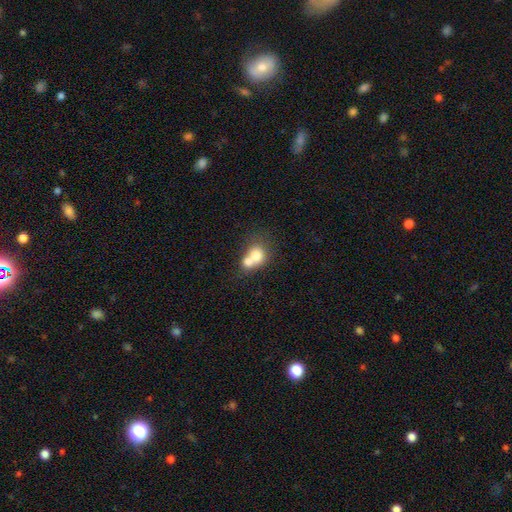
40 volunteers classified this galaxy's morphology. Smooth or featured?
  - smooth: 82% *
  - featured or disk: 15%
  - star or artifact: 2%
How rounded?
  - round: 88% *
  - in between: 12%
  - cigar-shaped: 0%
Merging?
  - merger: 74% *
  - none: 23%
  - major disturbance: 3%
  - minor disturbance: 0%